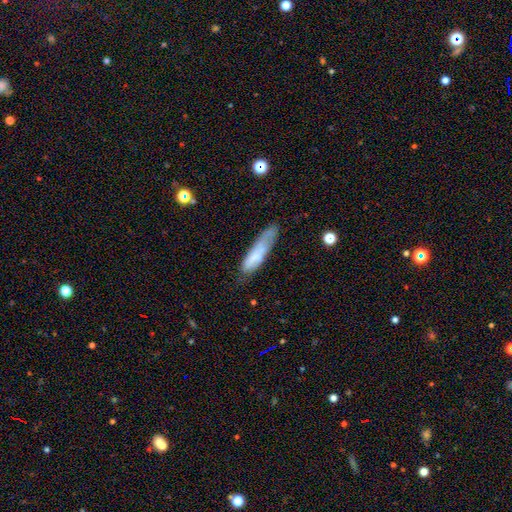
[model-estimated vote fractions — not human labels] A smooth galaxy with no disk features (71%) that is cigar-shaped (73%). Merging: none (49%).